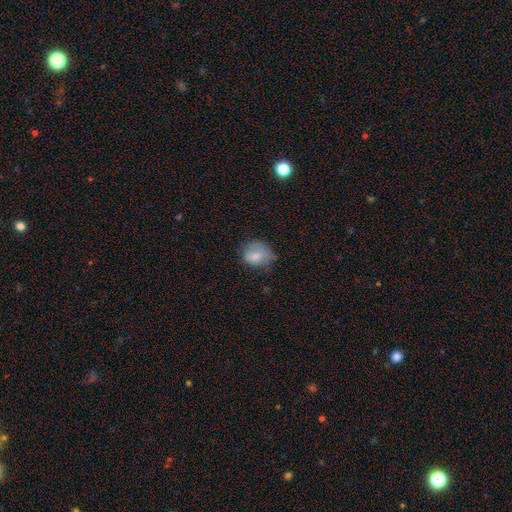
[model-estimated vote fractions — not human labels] smooth-or-featured: smooth: 77% | featured or disk: 14% | star or artifact: 9%
  how-rounded: round: 60% | in between: 39% | cigar-shaped: 1%
  merging: none: 47% | minor disturbance: 35% | major disturbance: 16% | merger: 2%